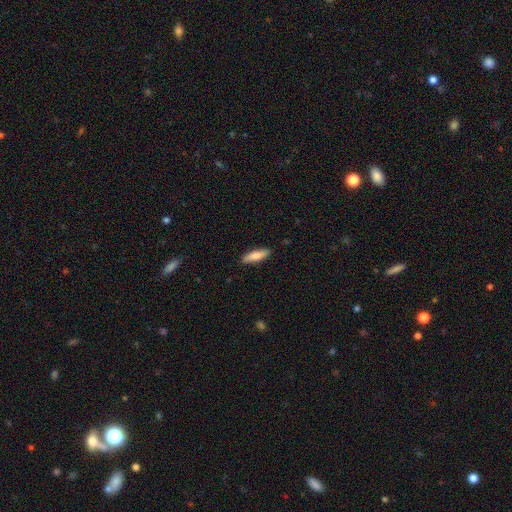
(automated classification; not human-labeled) Smooth or featured: smooth — 80% (featured or disk — 15%)
How rounded: cigar-shaped — 55% (in between — 43%)
Merging: none — 88% (minor disturbance — 9%)